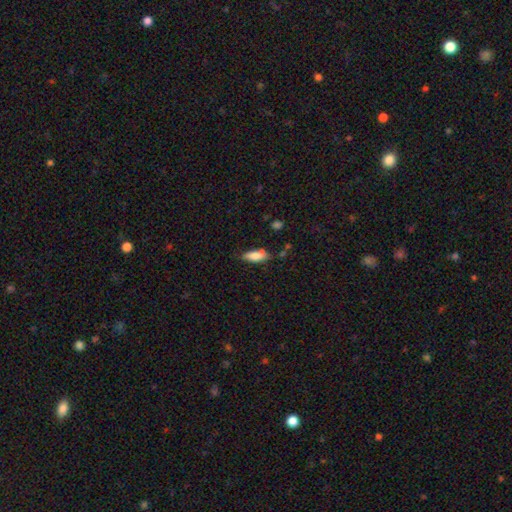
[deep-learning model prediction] Smooth or featured? smooth (81%)
How rounded? in between (75%)
Merging? none (66%)